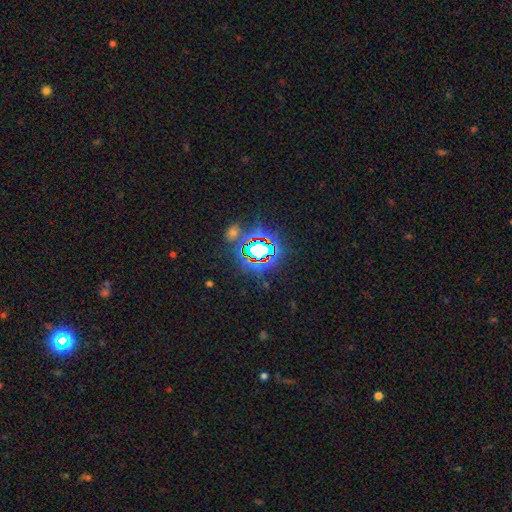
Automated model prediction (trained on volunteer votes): Smooth or featured? Predicted: star or artifact (p=0.82).